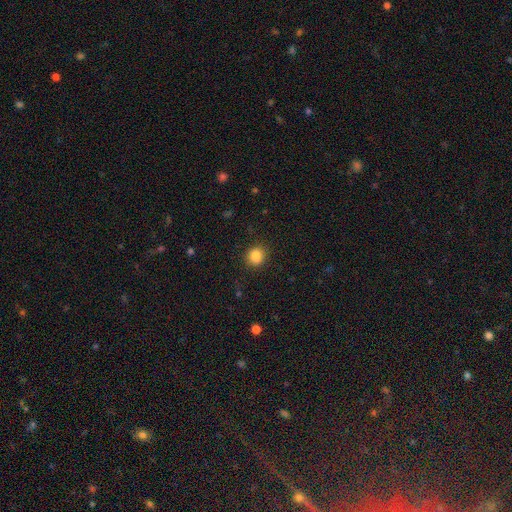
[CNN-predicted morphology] type=smooth (86%); roundness=round (74%); merging=none (84%).